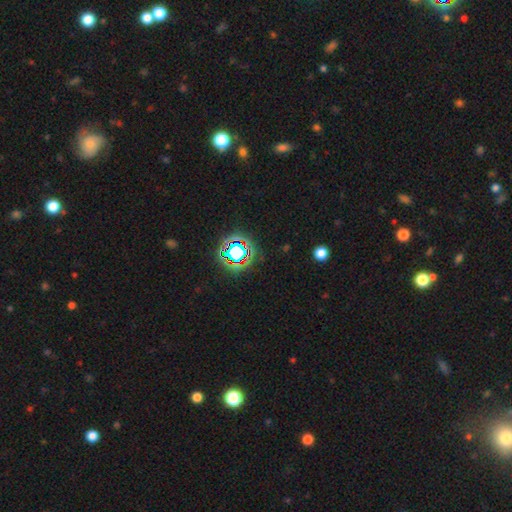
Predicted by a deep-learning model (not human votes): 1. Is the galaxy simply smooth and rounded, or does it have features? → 77% star or artifact, 14% smooth, 9% featured or disk.